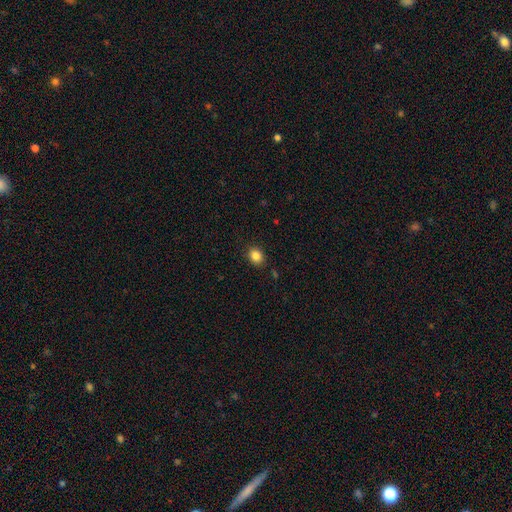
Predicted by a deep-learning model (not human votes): Overall: smooth (85%). How rounded: round (62%; in between 37%). Merging: none (89%).